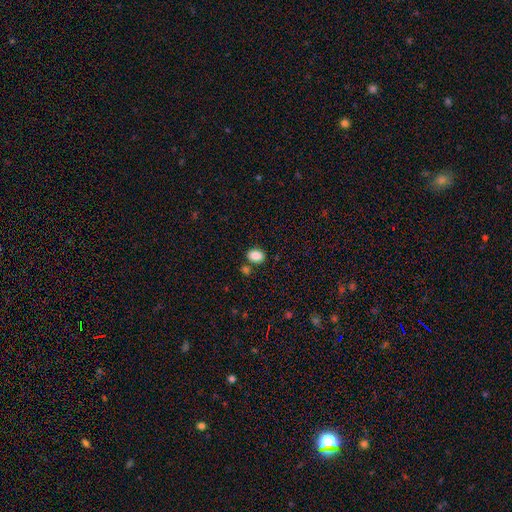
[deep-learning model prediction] Smooth or featured? Predicted: smooth (p=0.88). How rounded? Predicted: in between (p=0.78). Merging? Predicted: none (p=0.74).